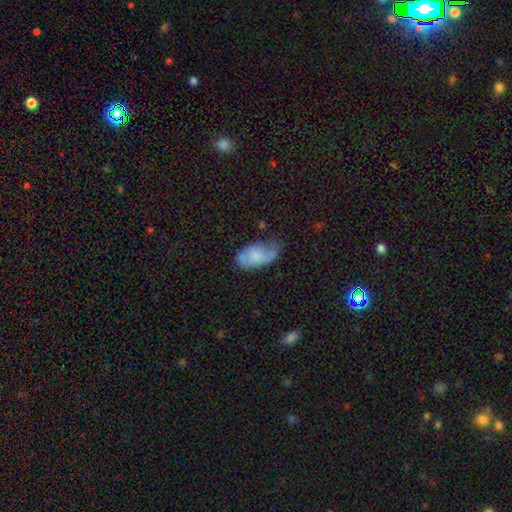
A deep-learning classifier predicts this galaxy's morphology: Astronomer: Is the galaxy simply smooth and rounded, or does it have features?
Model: smooth — 57% (runner-up: featured or disk, 36%).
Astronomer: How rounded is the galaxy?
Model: in between — 93%.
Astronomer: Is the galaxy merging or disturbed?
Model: none — 44% (runner-up: minor disturbance, 37%).